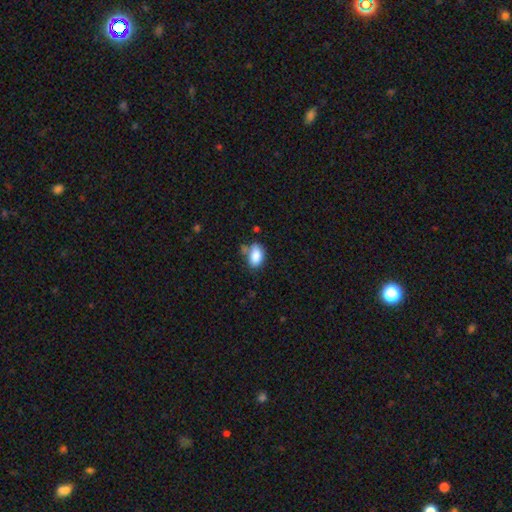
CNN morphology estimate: Smooth or featured: smooth — 85% (star or artifact — 8%)
How rounded: in between — 88% (round — 10%)
Merging: none — 54% (minor disturbance — 25%)